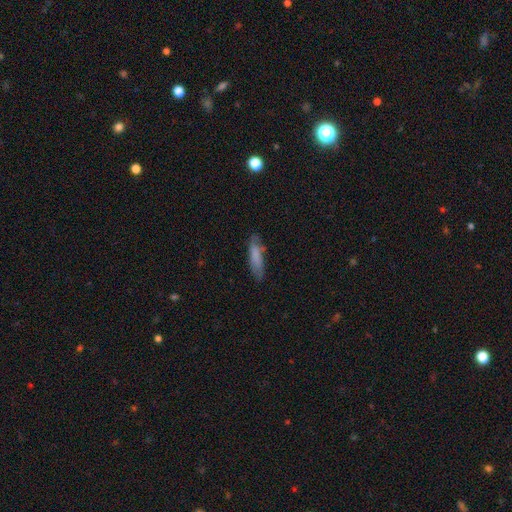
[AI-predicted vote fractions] Q: Smooth or featured?
A: smooth (76%); runner-up: featured or disk (17%)
Q: How rounded?
A: cigar-shaped (65%); runner-up: in between (34%)
Q: Merging?
A: none (70%); runner-up: minor disturbance (22%)